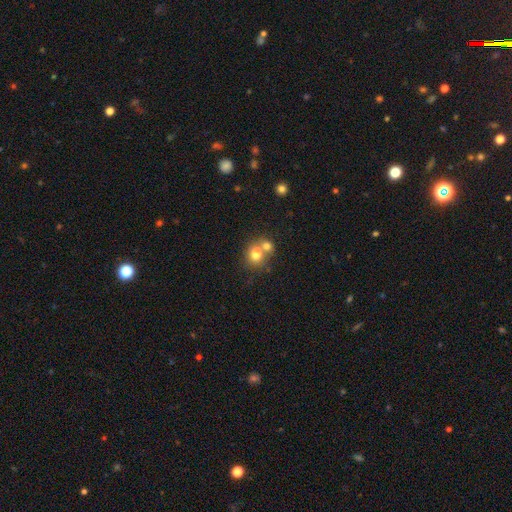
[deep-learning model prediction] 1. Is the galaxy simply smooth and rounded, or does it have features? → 73% smooth, 16% featured or disk, 11% star or artifact.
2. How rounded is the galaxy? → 61% round, 38% in between, 1% cigar-shaped.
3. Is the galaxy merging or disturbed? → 57% merger, 33% none, 7% minor disturbance, 4% major disturbance.